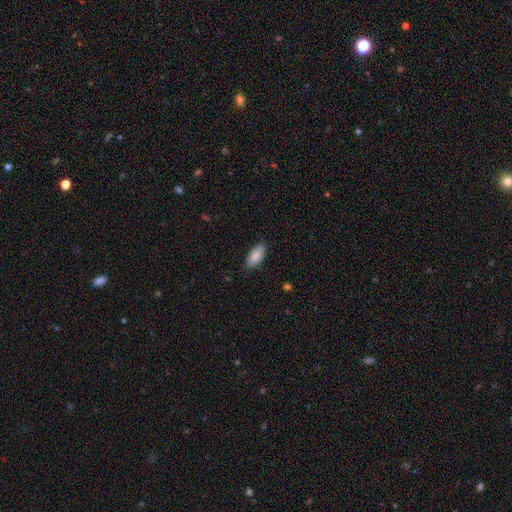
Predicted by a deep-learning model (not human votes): smooth 86%, featured or disk 8%, star or artifact 6%. Down the decision tree: how rounded — in between (90%); merging — none (80%).